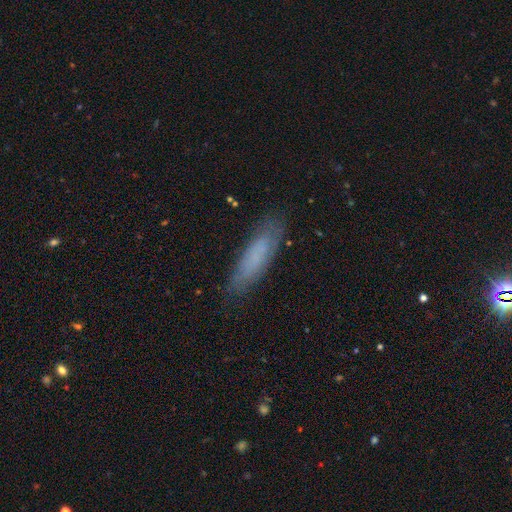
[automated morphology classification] smooth_or_featured: smooth (p=0.69) [alt: featured or disk p=0.21]
how_rounded: cigar-shaped (p=0.66) [alt: in between p=0.32]
merging: none (p=0.81) [alt: minor disturbance p=0.14]